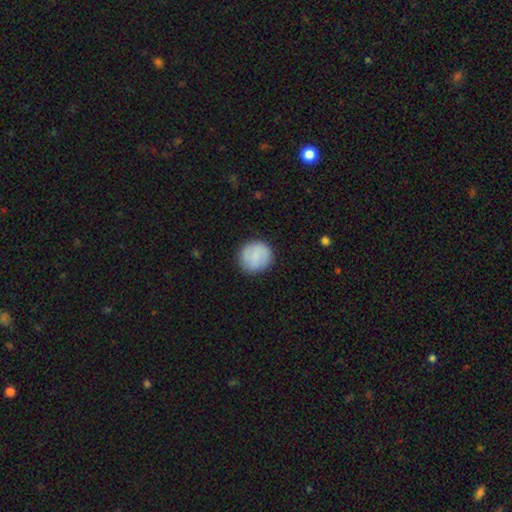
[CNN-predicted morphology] smooth 80%, featured or disk 14%, star or artifact 6%. Down the decision tree: how rounded — round (93%); merging — none (86%).